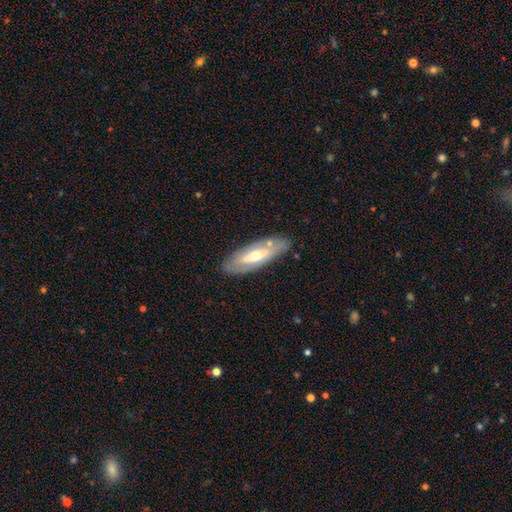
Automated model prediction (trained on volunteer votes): smooth-or-featured: featured or disk: 61% | smooth: 34% | star or artifact: 6%
  disk-edge-on: no: 68% | yes: 32%
  merging: none: 81% | minor disturbance: 13% | major disturbance: 3% | merger: 3%